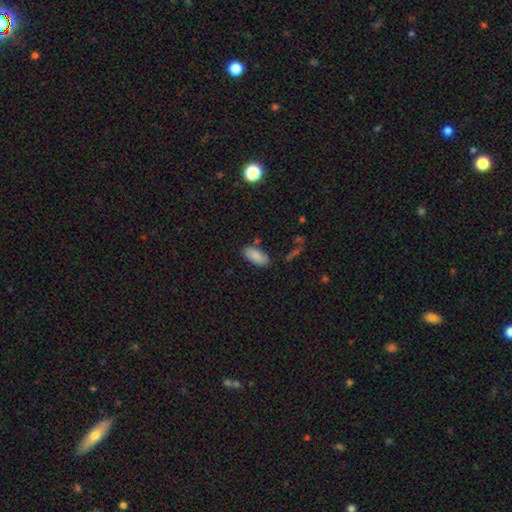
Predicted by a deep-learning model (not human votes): Overall: smooth (87%). How rounded: in between (89%). Merging: none (81%).